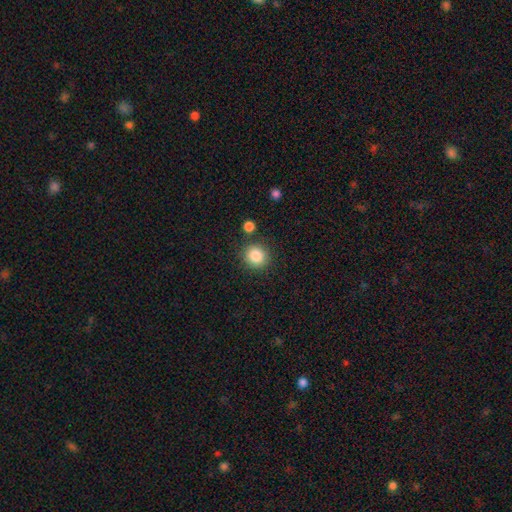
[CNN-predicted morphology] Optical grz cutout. It shows a smooth galaxy with no disk features (86%) that is round (86%). Merging: none (84%).